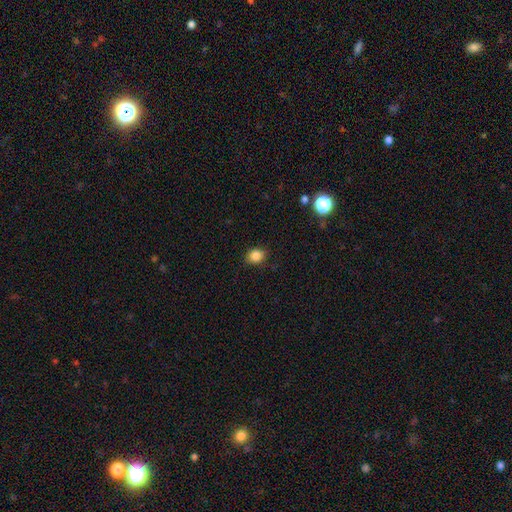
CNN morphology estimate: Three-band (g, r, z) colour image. It shows a smooth galaxy with no disk features (85%) that is round (57%). Merging: none (87%).